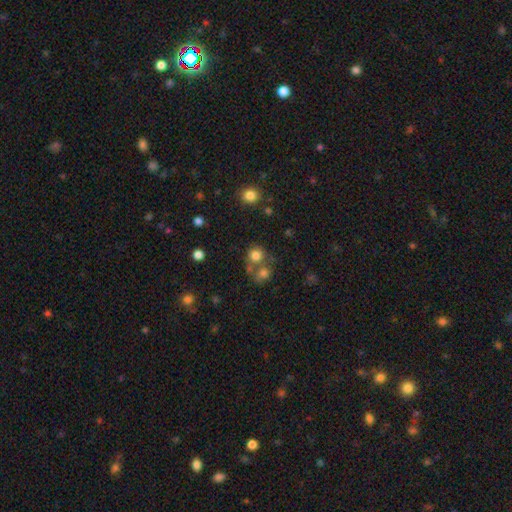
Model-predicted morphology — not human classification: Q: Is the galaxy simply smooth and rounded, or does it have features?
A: smooth — 77%.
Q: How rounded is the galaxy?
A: round — 84%.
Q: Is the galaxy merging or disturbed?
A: none — 51%.